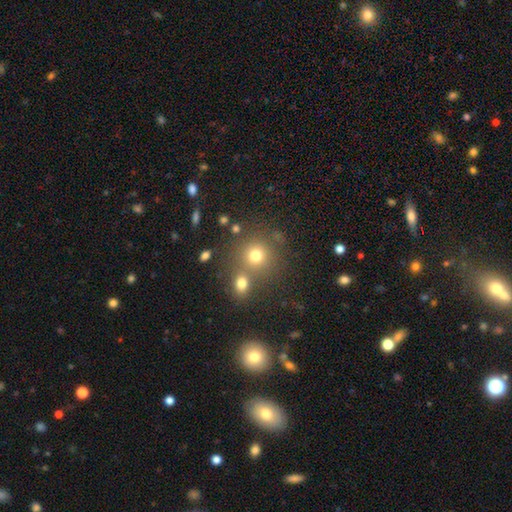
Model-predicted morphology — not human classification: smooth 75%, star or artifact 16%, featured or disk 9%. Down the decision tree: how rounded — round (88%); merging — none (62%).